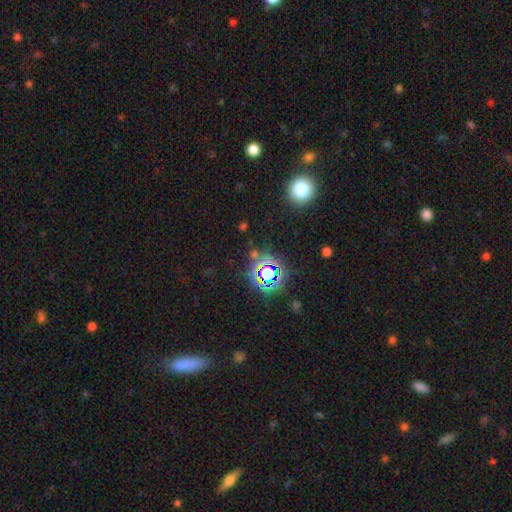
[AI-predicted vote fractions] This appears to be a star or artifact, not a galaxy (71%).